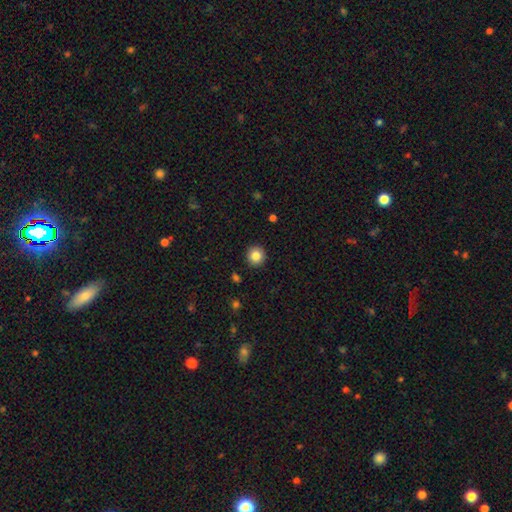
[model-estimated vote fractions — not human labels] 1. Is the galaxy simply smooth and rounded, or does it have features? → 83% smooth, 10% star or artifact, 7% featured or disk.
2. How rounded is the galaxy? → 93% round, 6% in between, 1% cigar-shaped.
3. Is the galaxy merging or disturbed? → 92% none, 5% minor disturbance, 2% major disturbance, 1% merger.